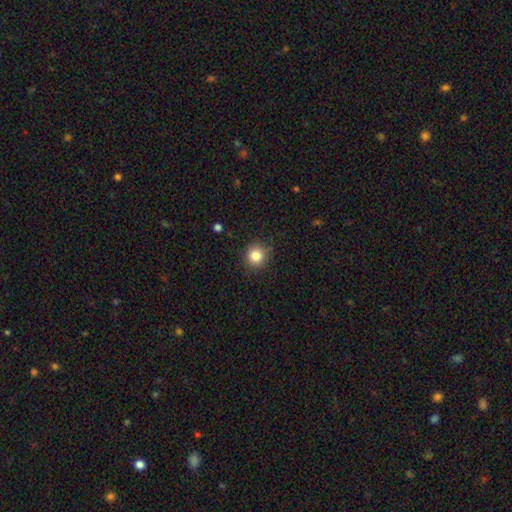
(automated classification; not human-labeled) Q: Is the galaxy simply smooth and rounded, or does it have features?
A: smooth — 84%.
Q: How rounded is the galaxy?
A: round — 92%.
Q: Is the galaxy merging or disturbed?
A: none — 87%.